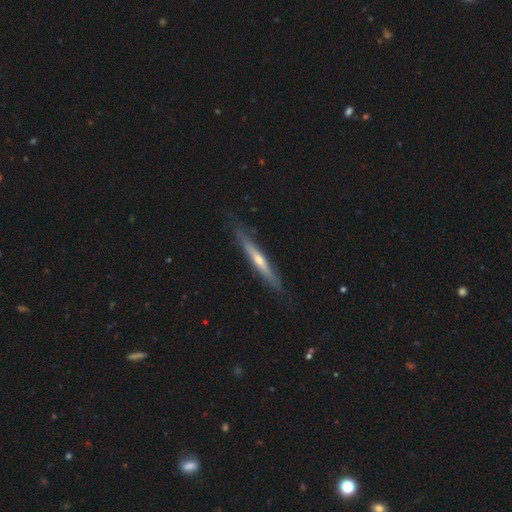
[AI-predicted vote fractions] Smooth or featured? featured or disk (68%)
Edge-on disk? yes (94%)
Edge-on bulge? rounded (75%)
Merging? none (85%)